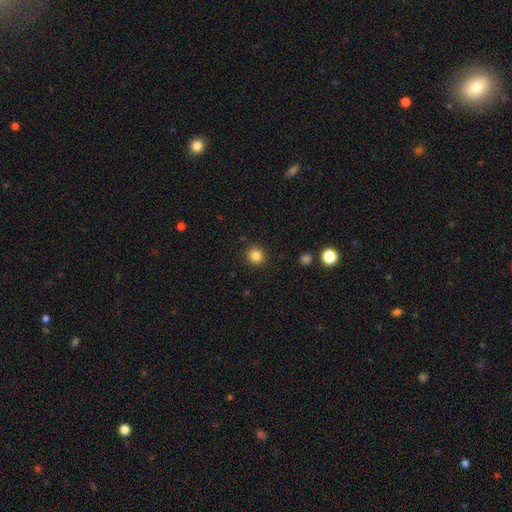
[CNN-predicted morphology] smooth 84%, star or artifact 12%, featured or disk 5%. Down the decision tree: how rounded — round (92%); merging — none (91%).